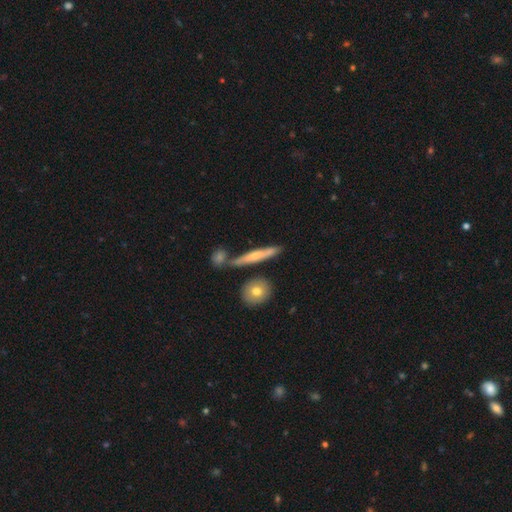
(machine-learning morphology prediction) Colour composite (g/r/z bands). It shows a smooth galaxy with no disk features (51%) that is cigar-shaped (85%). Merging: none (74%).